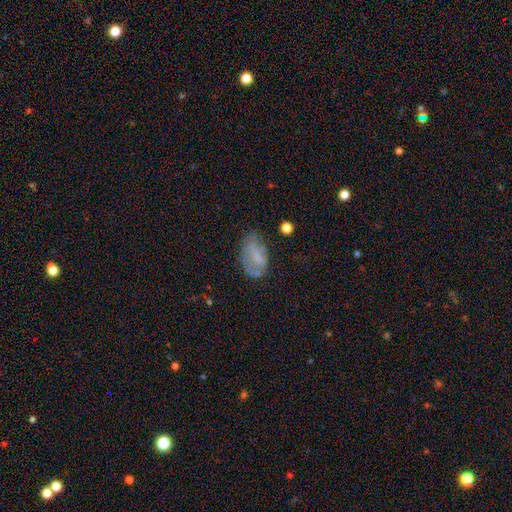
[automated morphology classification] smooth_or_featured: smooth (p=0.61) [alt: featured or disk p=0.30]
how_rounded: in between (p=0.91) [alt: round p=0.06]
merging: none (p=0.49) [alt: minor disturbance p=0.31]